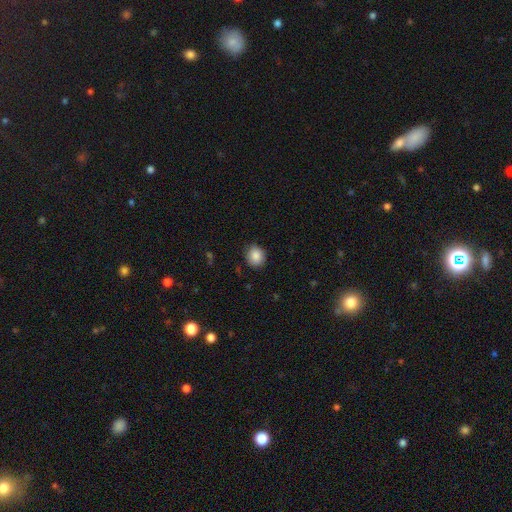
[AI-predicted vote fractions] smooth_or_featured: smooth (p=0.87) [alt: star or artifact p=0.08]
how_rounded: round (p=0.73) [alt: in between p=0.26]
merging: none (p=0.84) [alt: minor disturbance p=0.13]